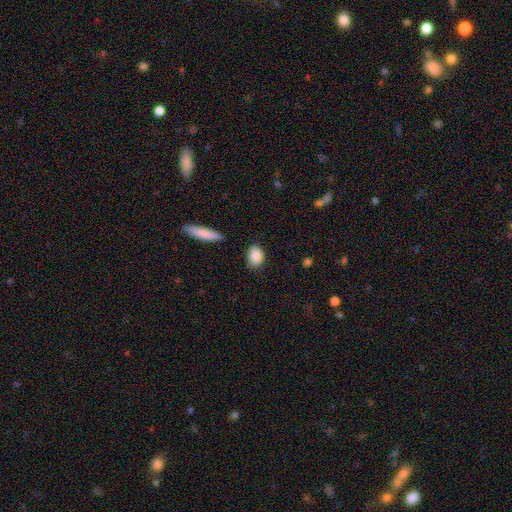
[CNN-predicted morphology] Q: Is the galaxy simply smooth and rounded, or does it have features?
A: smooth — 88%.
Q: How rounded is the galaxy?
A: in between — 70%.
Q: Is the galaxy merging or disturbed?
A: none — 80%.